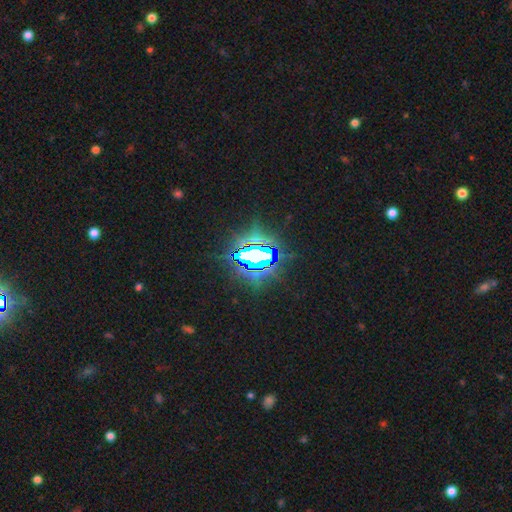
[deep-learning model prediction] Overall: star or artifact (79%).